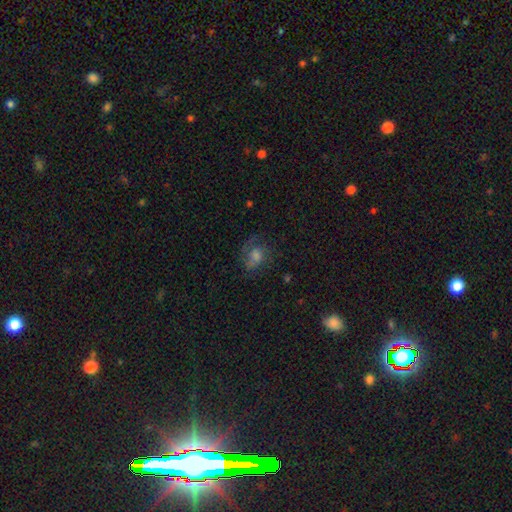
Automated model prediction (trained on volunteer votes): The model was most divided on "smooth or featured": smooth: 42%, featured or disk: 40%, star or artifact: 17%. More confident: merging — none (55%).